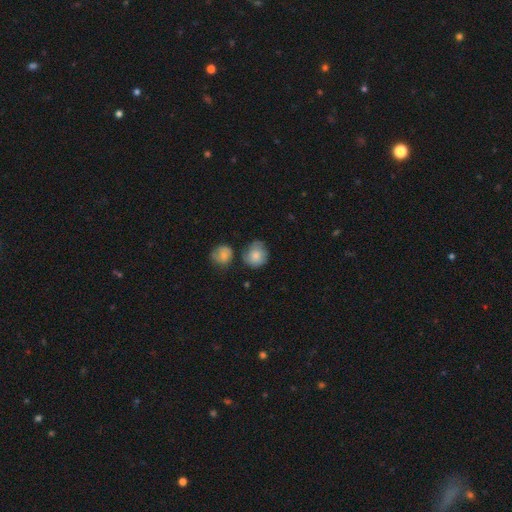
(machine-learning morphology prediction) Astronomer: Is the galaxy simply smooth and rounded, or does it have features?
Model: smooth — 79%.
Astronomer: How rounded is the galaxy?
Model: round — 76%.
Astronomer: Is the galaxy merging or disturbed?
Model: none — 54%.